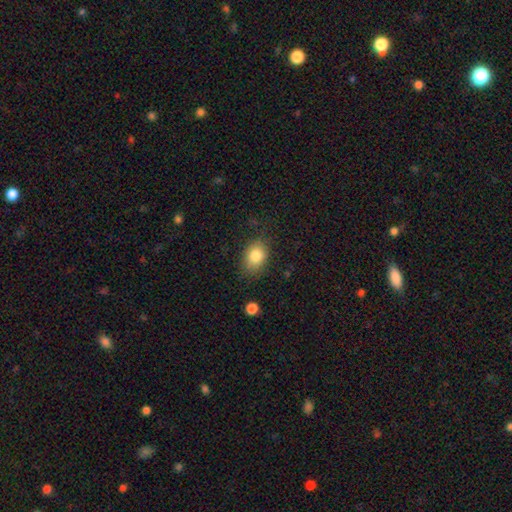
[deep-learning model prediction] Smooth or featured? smooth (83%)
How rounded? in between (70%)
Merging? none (77%)